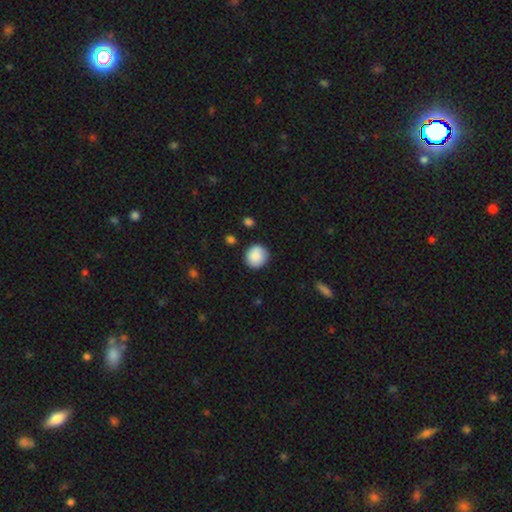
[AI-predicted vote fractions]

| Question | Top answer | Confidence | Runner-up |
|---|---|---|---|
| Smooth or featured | smooth | 87% | star or artifact (7%) |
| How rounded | round | 89% | in between (10%) |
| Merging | none | 86% | minor disturbance (10%) |